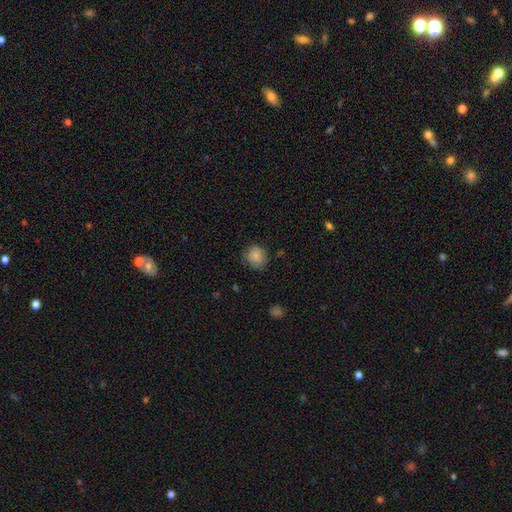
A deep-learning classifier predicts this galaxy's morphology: Q: Smooth or featured?
A: smooth (85%); runner-up: star or artifact (8%)
Q: How rounded?
A: round (75%); runner-up: in between (24%)
Q: Merging?
A: none (72%); runner-up: minor disturbance (22%)